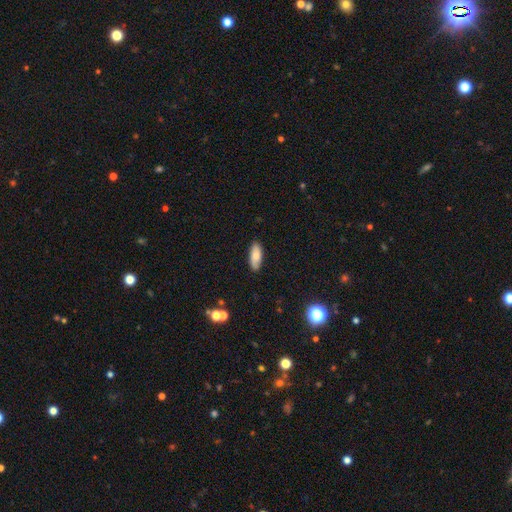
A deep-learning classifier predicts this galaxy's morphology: Smooth or featured?
  - smooth: 77% *
  - featured or disk: 15%
  - star or artifact: 7%
How rounded?
  - in between: 79% *
  - cigar-shaped: 19%
  - round: 2%
Merging?
  - none: 86% *
  - minor disturbance: 11%
  - major disturbance: 2%
  - merger: 1%